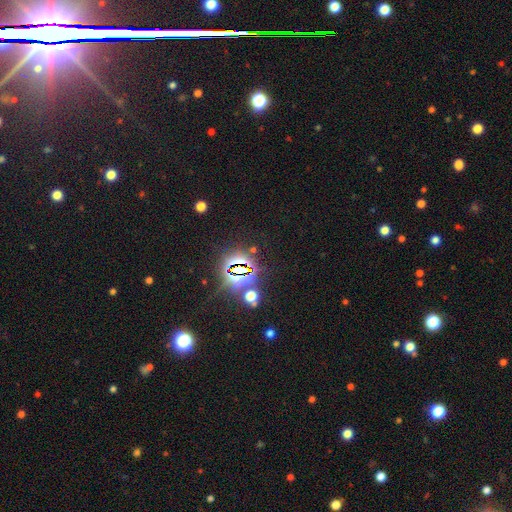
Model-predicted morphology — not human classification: smooth_or_featured: star or artifact (p=0.82) [alt: smooth p=0.10]